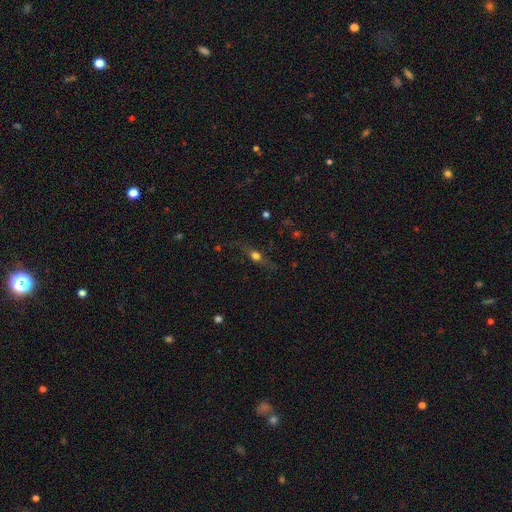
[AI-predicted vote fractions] Smooth or featured: featured or disk — 46% (smooth — 40%)
Merging: none — 75% (minor disturbance — 16%)